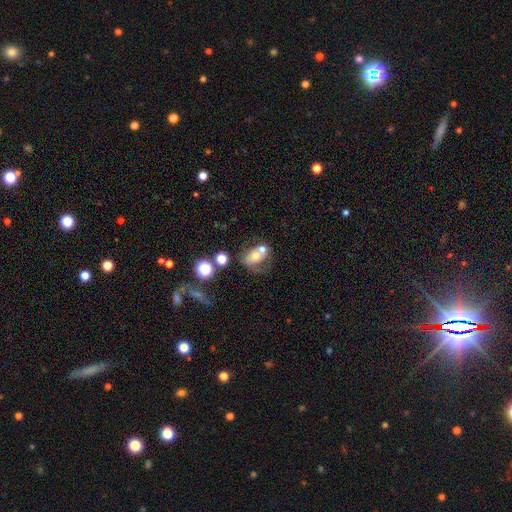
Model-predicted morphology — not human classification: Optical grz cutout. It shows a smooth galaxy with no disk features (53%) that is in between round and cigar-shaped (64%). Merging: merger (43%).